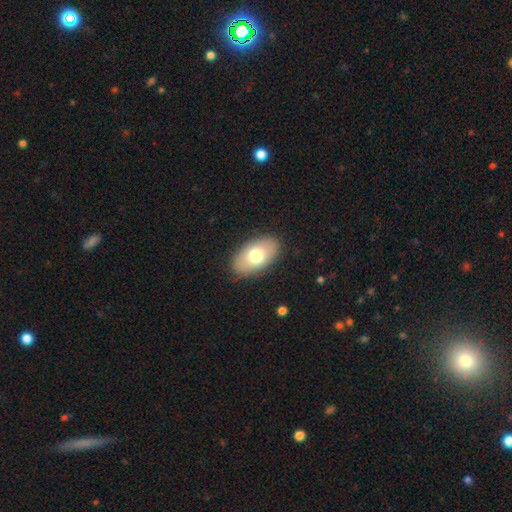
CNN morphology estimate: A smooth galaxy with no disk features (71%) that is in between round and cigar-shaped (94%). Merging: none (87%).